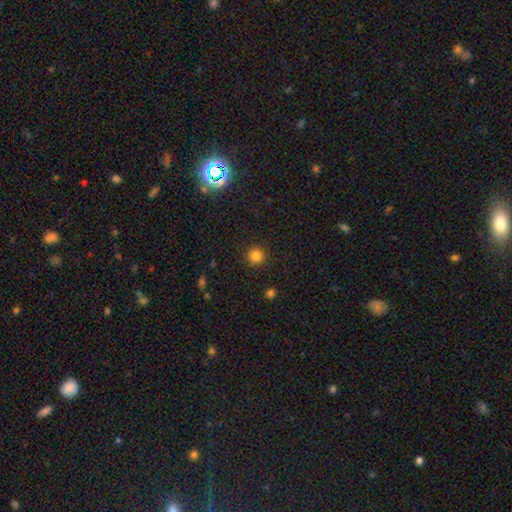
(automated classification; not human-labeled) The model was most divided on "smooth or featured": smooth: 82%, star or artifact: 13%, featured or disk: 4%. More confident: how rounded — round (94%); merging — none (91%).